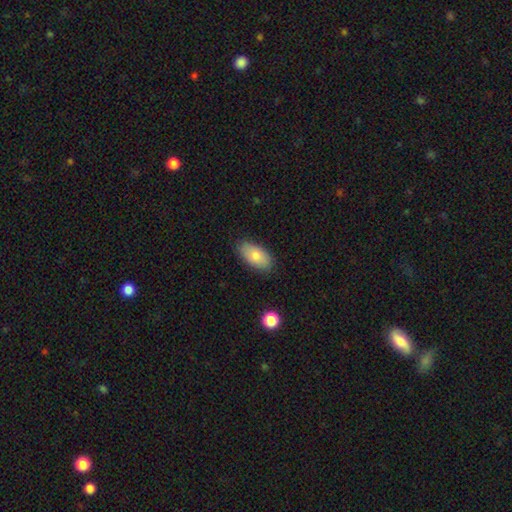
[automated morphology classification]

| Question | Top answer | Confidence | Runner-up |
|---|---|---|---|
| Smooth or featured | smooth | 80% | featured or disk (13%) |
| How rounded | in between | 93% | round (4%) |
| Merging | none | 83% | minor disturbance (13%) |